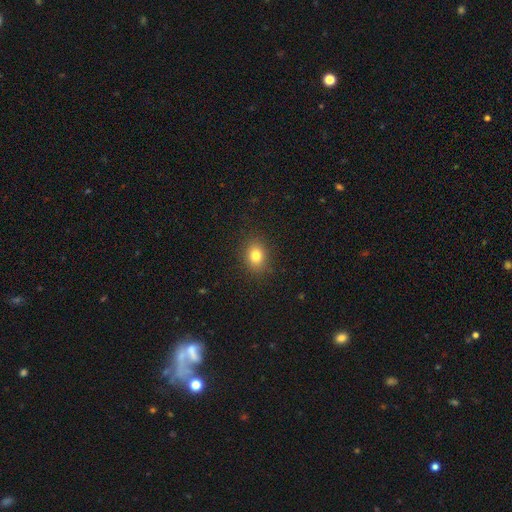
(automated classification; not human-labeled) The model was most divided on "how rounded": round: 52%, in between: 47%, cigar-shaped: 1%. More confident: merging — none (88%); smooth or featured — smooth (80%).